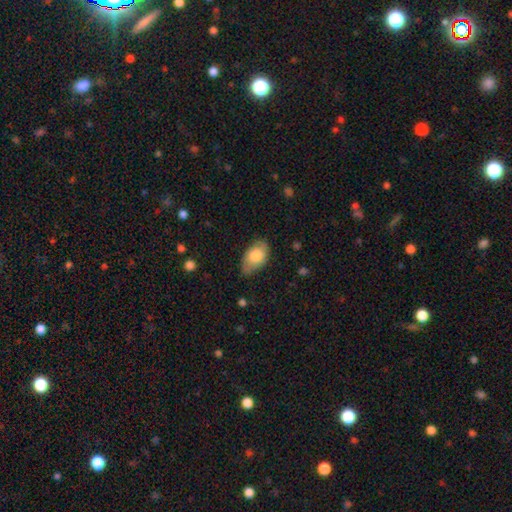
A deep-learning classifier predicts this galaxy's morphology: This is likely a smooth galaxy (79%). How rounded: clearly in between (93%). Merging: likely none (71%).